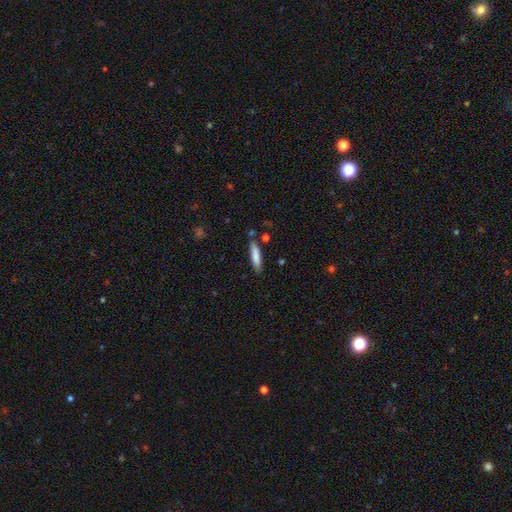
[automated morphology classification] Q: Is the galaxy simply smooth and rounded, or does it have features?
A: smooth — 82%.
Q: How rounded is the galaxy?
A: cigar-shaped — 81%.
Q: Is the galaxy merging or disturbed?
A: none — 82%.